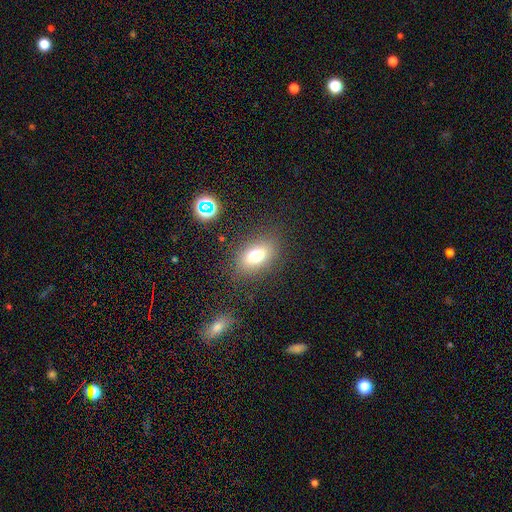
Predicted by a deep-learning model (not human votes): This is likely a smooth galaxy (72%). How rounded: clearly in between (81%). Merging: clearly none (82%).